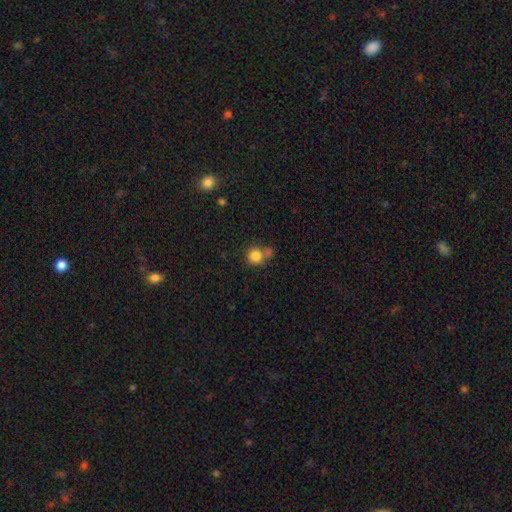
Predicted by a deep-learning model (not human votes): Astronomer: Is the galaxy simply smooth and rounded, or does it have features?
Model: smooth — 83%.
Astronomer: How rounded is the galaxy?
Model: round — 88%.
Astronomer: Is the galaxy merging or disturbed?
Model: none — 56%.